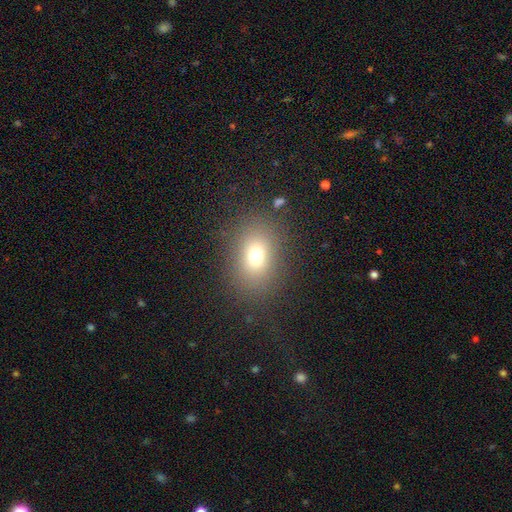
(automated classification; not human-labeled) This is likely a smooth galaxy (73%). How rounded: likely in between (62%). Merging: clearly none (82%).